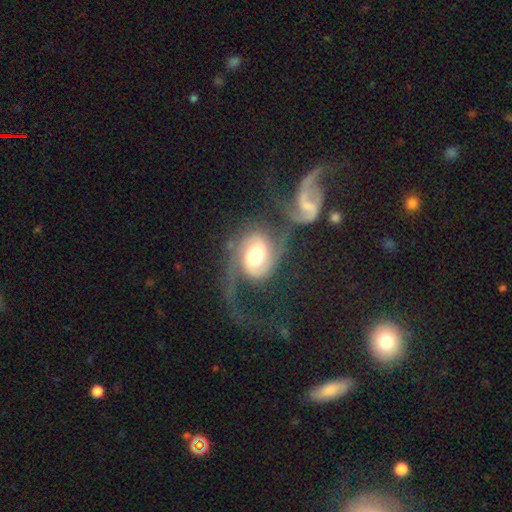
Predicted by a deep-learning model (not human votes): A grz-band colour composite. It shows a featured or disk galaxy (77%) with no bar (58%), 2 (77%) medium (40%) spiral arms (92%) and a moderate central bulge (51%). Merging: none (32%, tied with major disturbance).